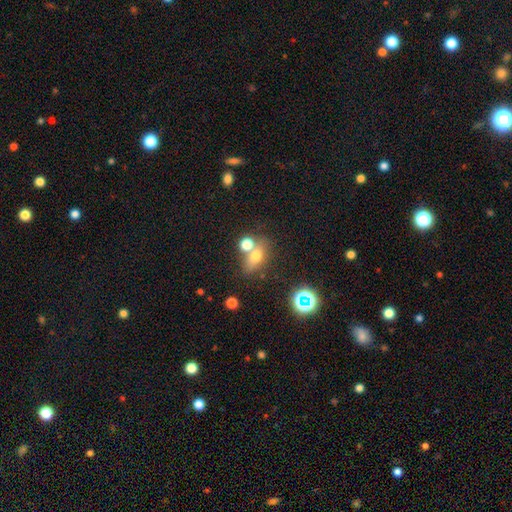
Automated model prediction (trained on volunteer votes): Smooth or featured?
  - smooth: 67% *
  - star or artifact: 17%
  - featured or disk: 16%
How rounded?
  - in between: 64% *
  - round: 32%
  - cigar-shaped: 4%
Merging?
  - none: 52% *
  - merger: 31%
  - minor disturbance: 12%
  - major disturbance: 6%